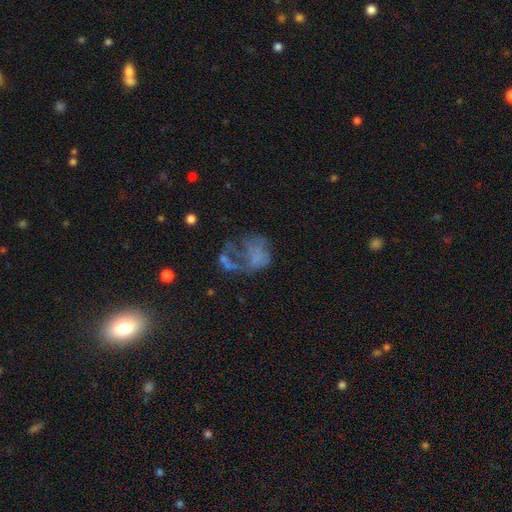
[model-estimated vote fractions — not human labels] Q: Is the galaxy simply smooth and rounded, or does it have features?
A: featured or disk — 50%.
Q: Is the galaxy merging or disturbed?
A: major disturbance — 49%.